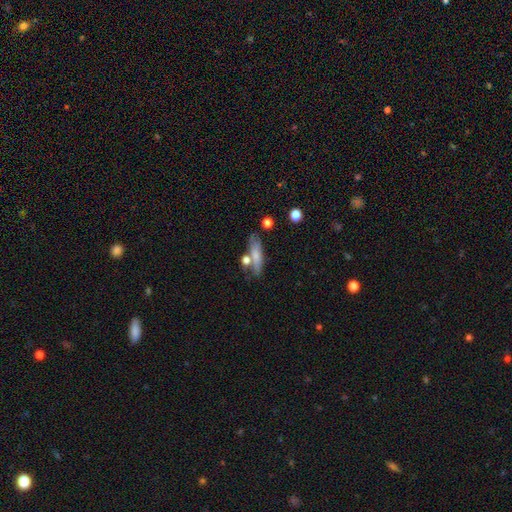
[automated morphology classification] Overall: smooth (66%; featured or disk 27%). How rounded: cigar-shaped (57%; in between 38%). Merging: none (58%; merger 18%).